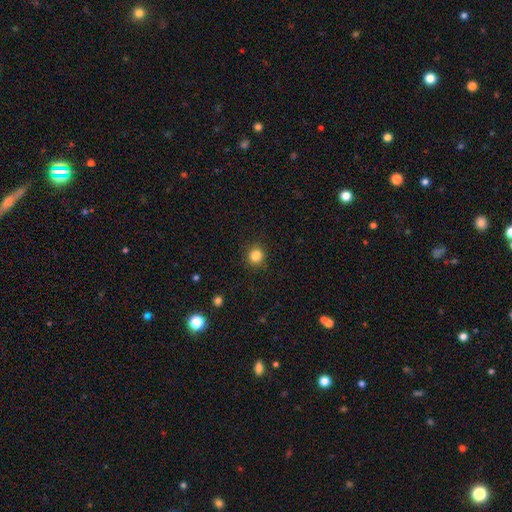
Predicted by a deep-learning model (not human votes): smooth 84%, star or artifact 12%, featured or disk 4%. Down the decision tree: how rounded — round (93%); merging — none (91%).